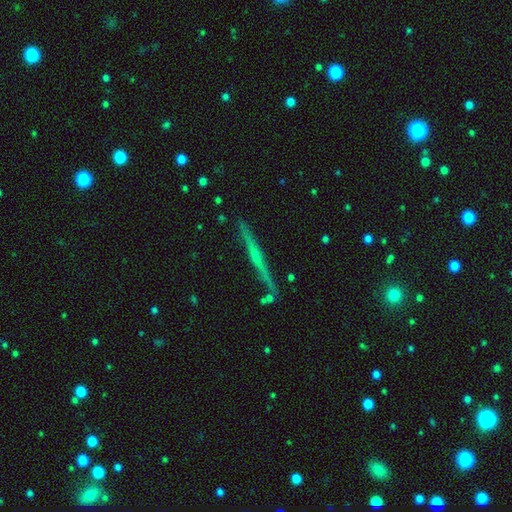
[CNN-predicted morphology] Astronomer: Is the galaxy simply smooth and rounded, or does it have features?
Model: featured or disk — 67%.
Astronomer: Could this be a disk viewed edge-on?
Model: yes — 94%.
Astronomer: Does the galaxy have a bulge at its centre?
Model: rounded — 56% (runner-up: none, 34%).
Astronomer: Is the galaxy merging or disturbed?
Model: none — 80%.